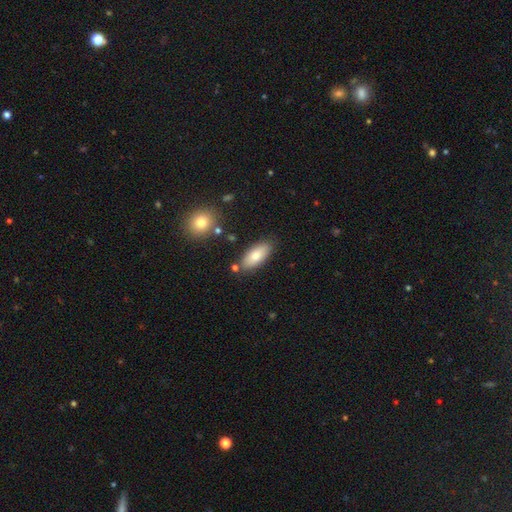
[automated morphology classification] A smooth galaxy with no disk features (80%) that is in between round and cigar-shaped (84%). Merging: none (81%).